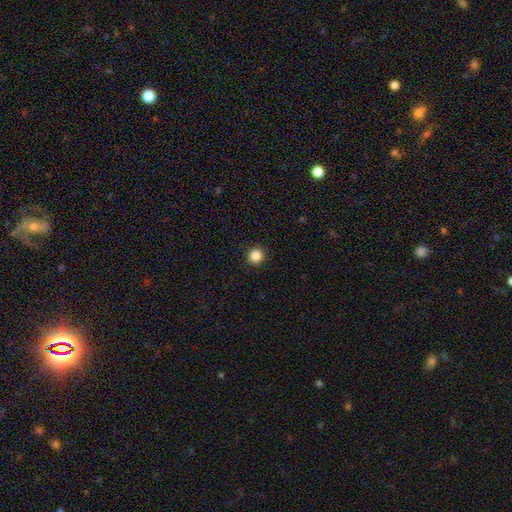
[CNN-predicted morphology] This is clearly a smooth galaxy (86%). How rounded: clearly round (95%). Merging: clearly none (93%).